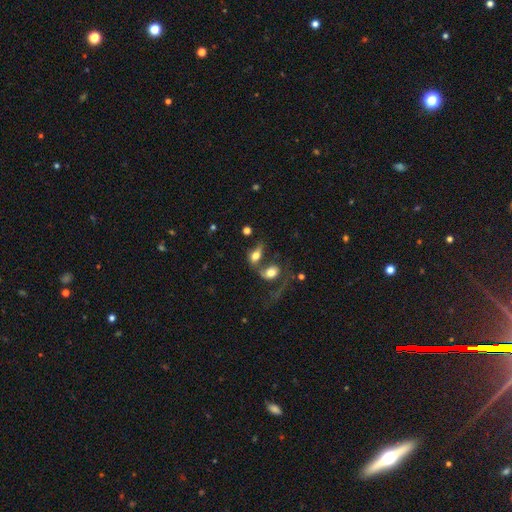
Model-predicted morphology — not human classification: This is likely a smooth galaxy (63%). How rounded: likely in between (76%). Merging: possibly merger (56%).